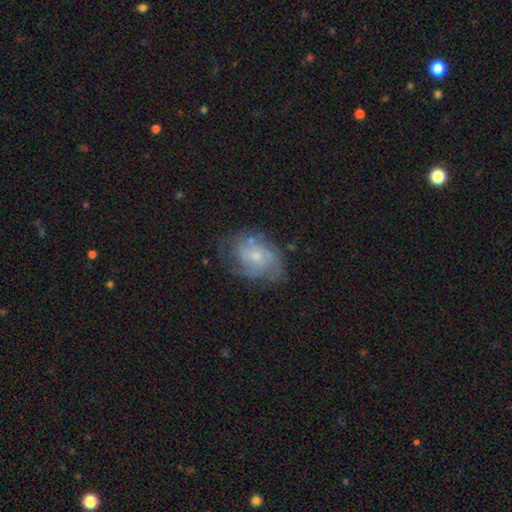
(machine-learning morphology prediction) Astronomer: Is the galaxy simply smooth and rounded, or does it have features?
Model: featured or disk — 64%.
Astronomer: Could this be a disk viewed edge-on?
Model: no — 97%.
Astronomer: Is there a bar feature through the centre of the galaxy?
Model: no — 76%.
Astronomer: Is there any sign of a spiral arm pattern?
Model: yes — 81%.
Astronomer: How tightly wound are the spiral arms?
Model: tight — 43% (runner-up: medium, 40%).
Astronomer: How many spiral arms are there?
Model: can't tell — 43% (runner-up: 2, 23%).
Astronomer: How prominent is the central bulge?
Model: small — 65%.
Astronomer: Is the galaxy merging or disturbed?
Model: none — 58%.